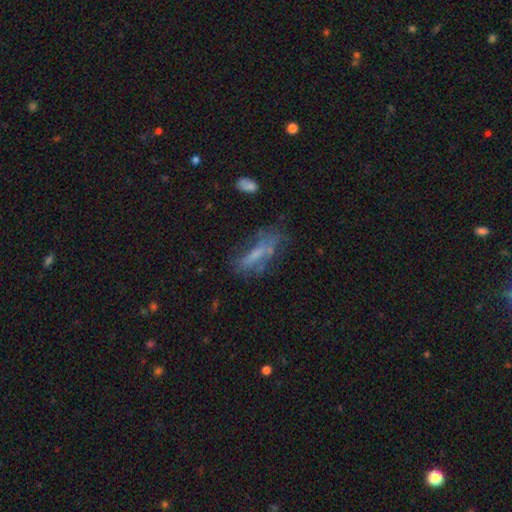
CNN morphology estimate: The model was most divided on "smooth or featured": smooth: 46%, featured or disk: 40%, star or artifact: 14%. Remaining: merging — none (47%).